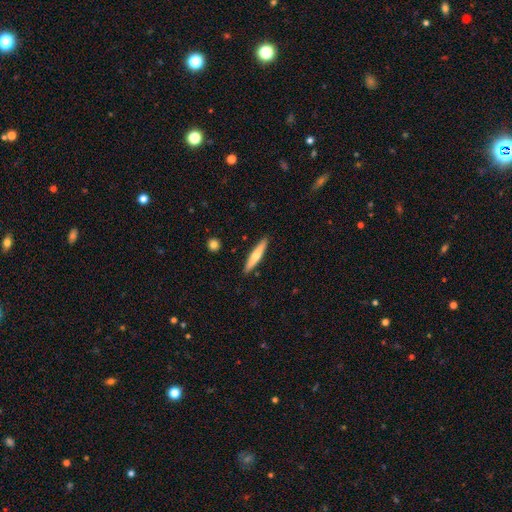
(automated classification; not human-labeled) A smooth galaxy with no disk features (56%) that is cigar-shaped (91%). Merging: none (90%).